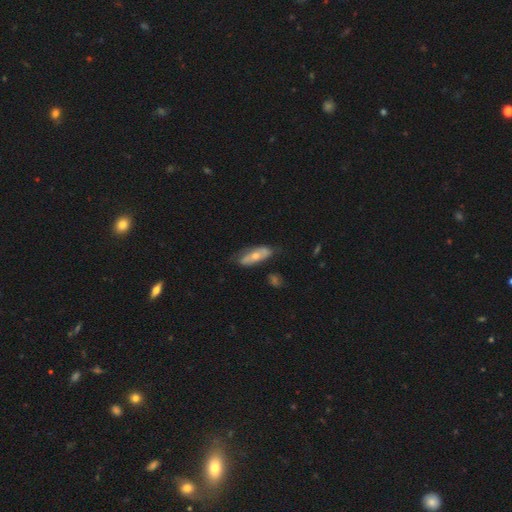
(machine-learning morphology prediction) A featured or disk galaxy (47%, tied with smooth). Merging: none (63%).